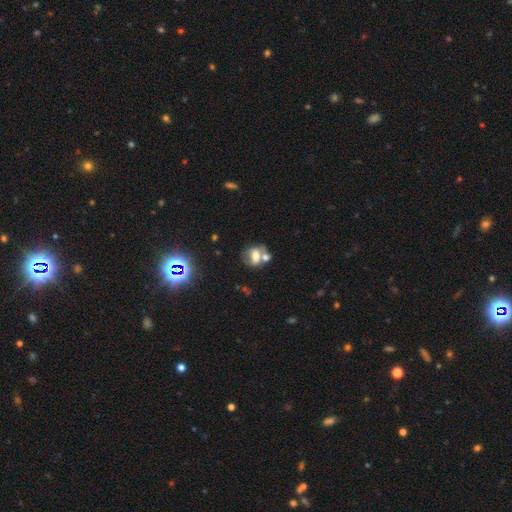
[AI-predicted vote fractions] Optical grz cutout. It shows a smooth galaxy with no disk features (49%). Merging: merger (42%).